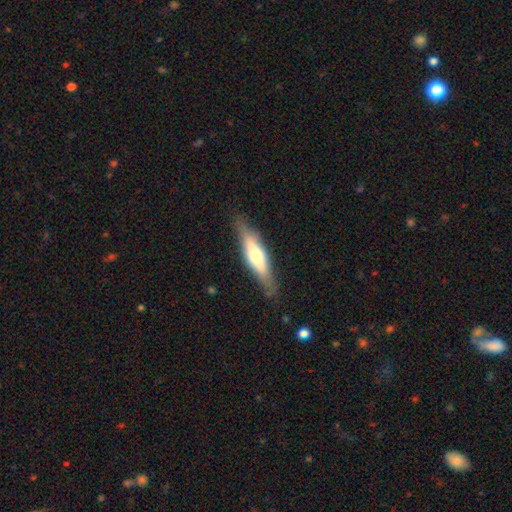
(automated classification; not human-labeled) The model was most divided on "smooth or featured": featured or disk: 51%, smooth: 44%, star or artifact: 6%. More confident: edge-on disk — yes (86%); merging — none (82%).